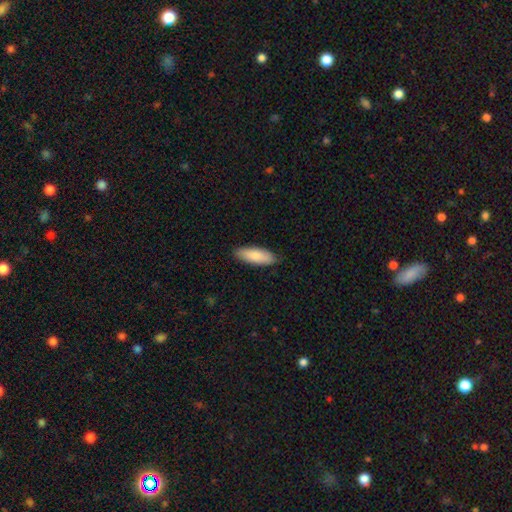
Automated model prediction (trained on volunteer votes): Overall: smooth (86%). How rounded: in between (63%; cigar-shaped 35%). Merging: none (87%).